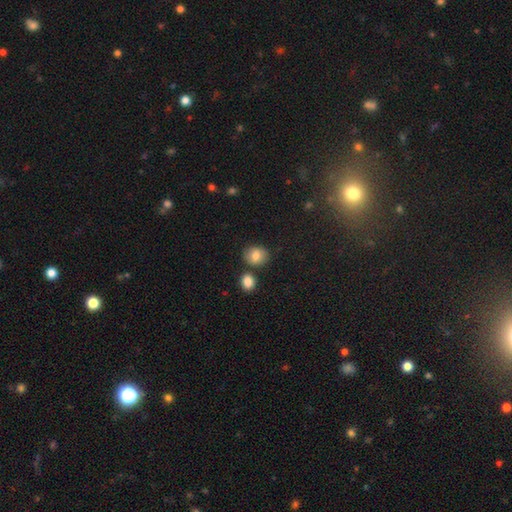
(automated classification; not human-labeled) A smooth galaxy with no disk features (81%) that is round (59%).

Vote fractions:
- Smooth or featured? smooth: 81% / featured or disk: 10% / star or artifact: 9%
- How rounded? round: 59% / in between: 40% / cigar-shaped: 1%
- Merging? none: 76% / minor disturbance: 11% / merger: 10% / major disturbance: 3%